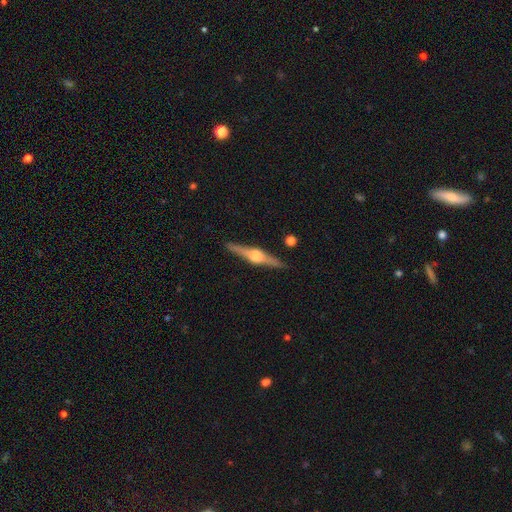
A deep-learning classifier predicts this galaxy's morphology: Smooth or featured?
  - featured or disk: 83% *
  - smooth: 12%
  - star or artifact: 5%
Edge-on disk?
  - yes: 98% *
  - no: 2%
Edge-on bulge?
  - rounded: 94% *
  - boxy: 5%
  - none: 2%
Merging?
  - none: 90% *
  - minor disturbance: 7%
  - merger: 2%
  - major disturbance: 1%